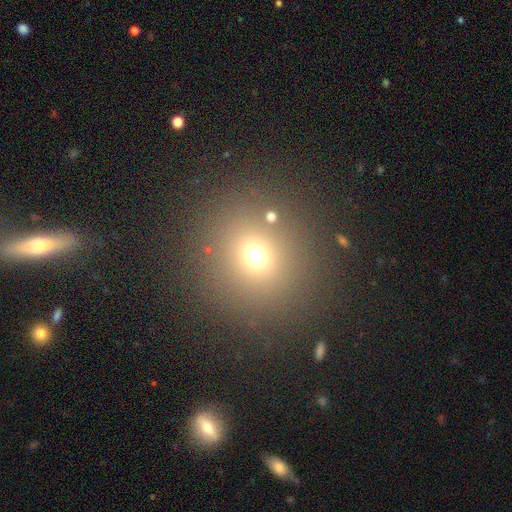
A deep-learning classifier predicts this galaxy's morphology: Overall: smooth (67%). How rounded: round (89%). Merging: none (85%).